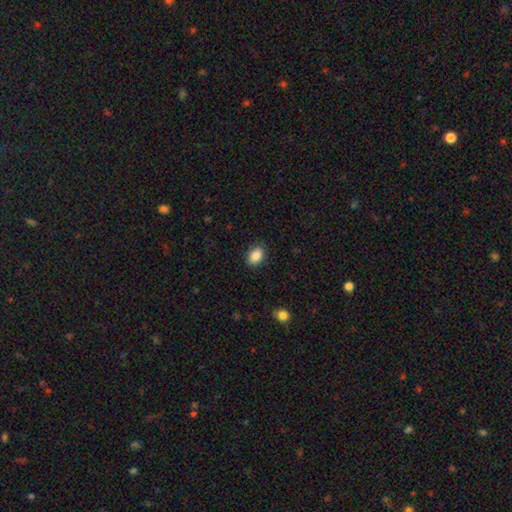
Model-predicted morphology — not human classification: type=smooth (88%); roundness=in between (82%); merging=none (88%).